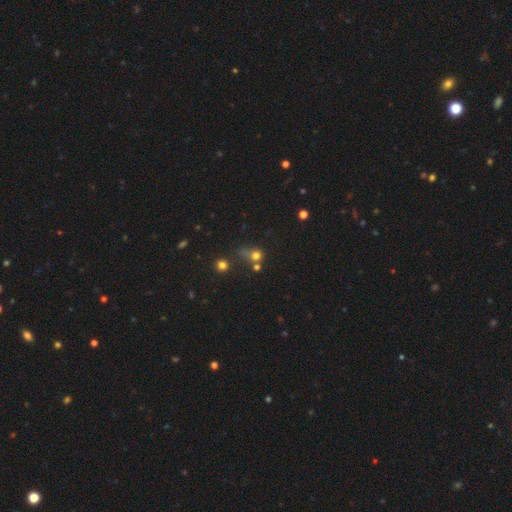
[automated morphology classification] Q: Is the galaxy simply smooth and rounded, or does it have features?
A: smooth — 68%.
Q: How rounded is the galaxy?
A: round — 76%.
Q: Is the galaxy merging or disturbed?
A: none — 39%.